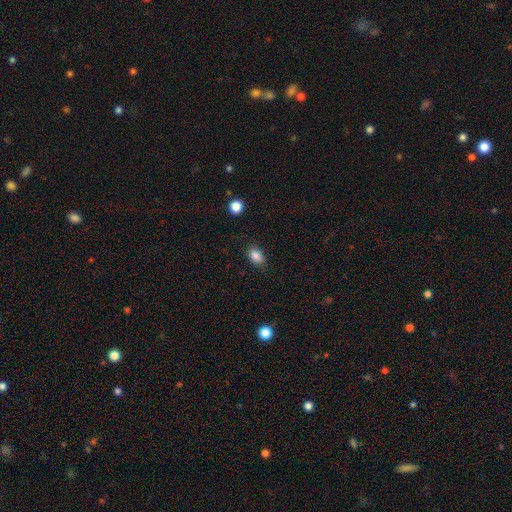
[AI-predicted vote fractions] Smooth or featured: smooth — 86% (star or artifact — 10%)
How rounded: in between — 80% (round — 18%)
Merging: none — 84% (minor disturbance — 12%)